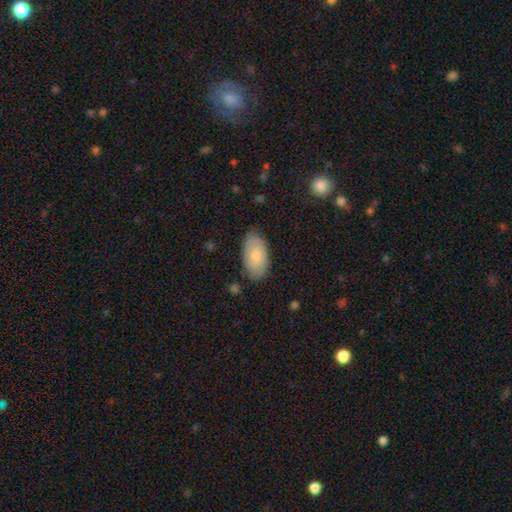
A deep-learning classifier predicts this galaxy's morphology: Overall: smooth (76%). How rounded: in between (95%). Merging: none (81%).